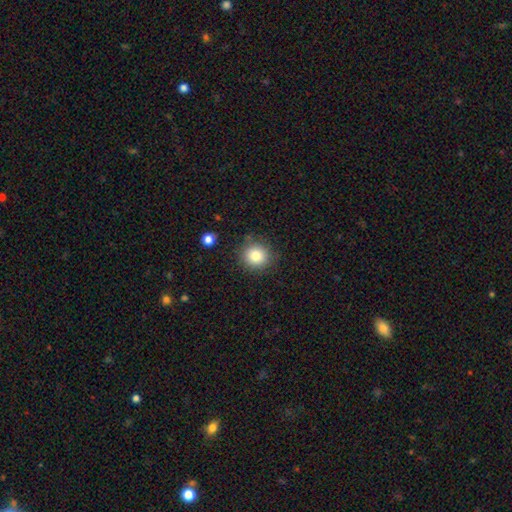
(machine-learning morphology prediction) smooth_or_featured: smooth (p=0.82) [alt: star or artifact p=0.11]
how_rounded: round (p=0.92) [alt: in between p=0.07]
merging: none (p=0.85) [alt: minor disturbance p=0.10]